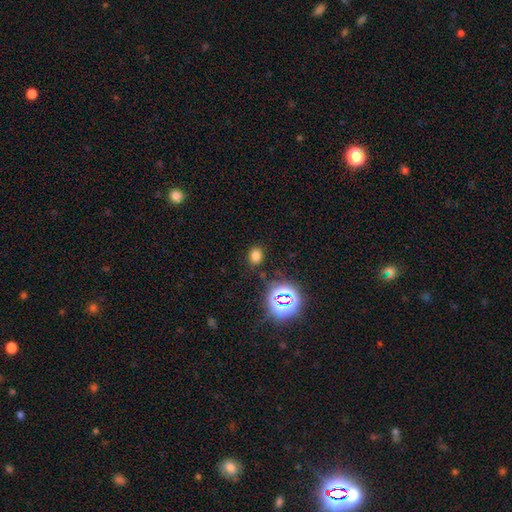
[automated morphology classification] Smooth or featured?
  - smooth: 70% *
  - star or artifact: 24%
  - featured or disk: 6%
How rounded?
  - round: 52% *
  - in between: 46%
  - cigar-shaped: 1%
Merging?
  - none: 83% *
  - minor disturbance: 10%
  - major disturbance: 4%
  - merger: 2%